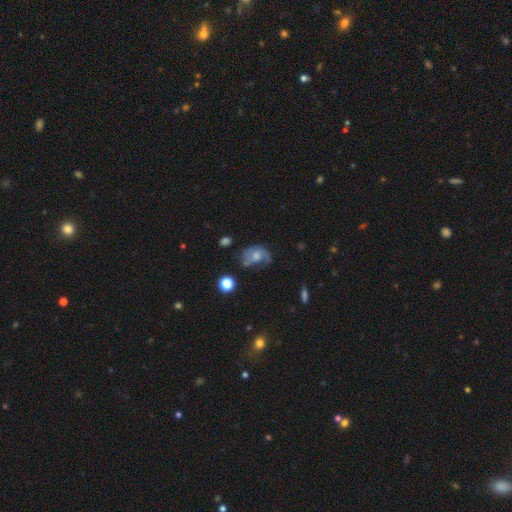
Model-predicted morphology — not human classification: This appears to be a featured or disk galaxy (51%). Merging: none (35%).